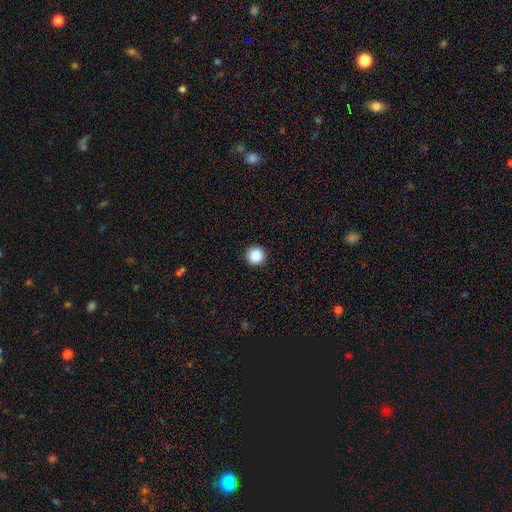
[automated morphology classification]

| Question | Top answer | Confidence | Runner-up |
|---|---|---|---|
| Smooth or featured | smooth | 88% | star or artifact (9%) |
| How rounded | round | 96% | in between (3%) |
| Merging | none | 93% | minor disturbance (4%) |